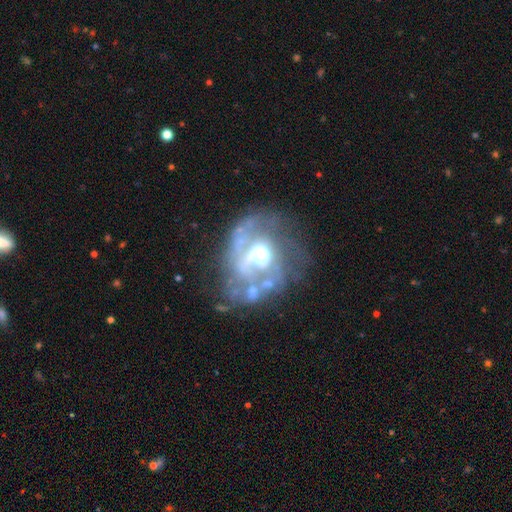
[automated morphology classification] Overall: featured or disk (74%). Edge-on disk: no (97%). Bar: no (64%; weak 27%). Spiral arms: no (51%; yes 49%). Bulge size: moderate (62%). Merging: none (39%; major disturbance 30%).